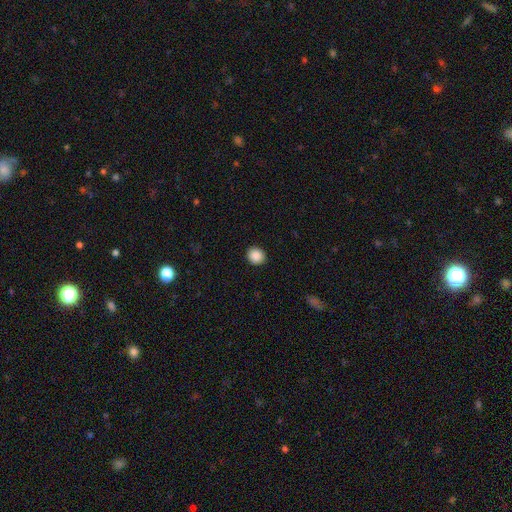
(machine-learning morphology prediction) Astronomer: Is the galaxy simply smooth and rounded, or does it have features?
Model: smooth — 89%.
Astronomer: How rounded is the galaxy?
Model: round — 85%.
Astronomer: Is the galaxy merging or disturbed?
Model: none — 92%.